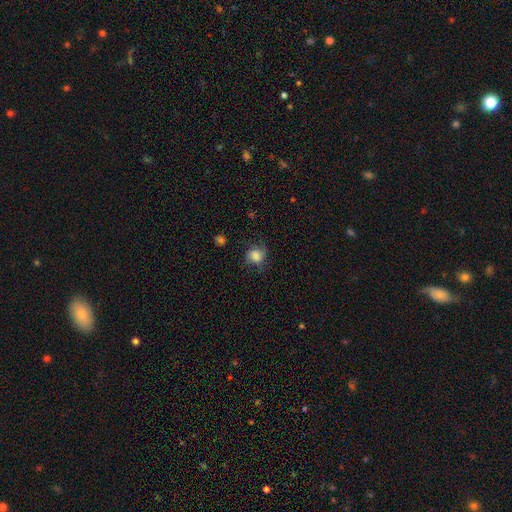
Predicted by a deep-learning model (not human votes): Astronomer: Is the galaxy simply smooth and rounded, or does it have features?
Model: smooth — 79%.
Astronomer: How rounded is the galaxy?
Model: round — 71%.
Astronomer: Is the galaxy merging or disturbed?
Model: none — 59%.